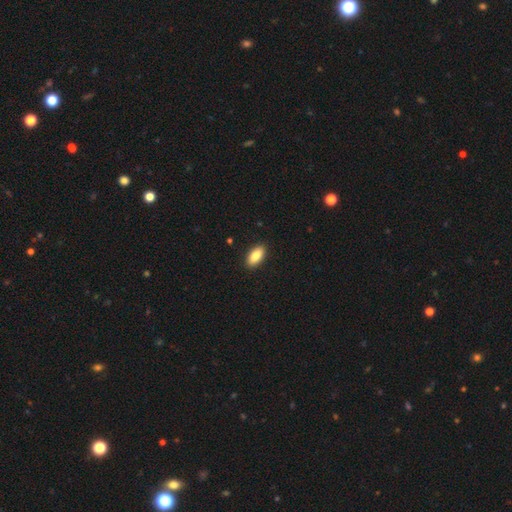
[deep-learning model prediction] Overall: smooth (86%). How rounded: in between (91%). Merging: none (90%).